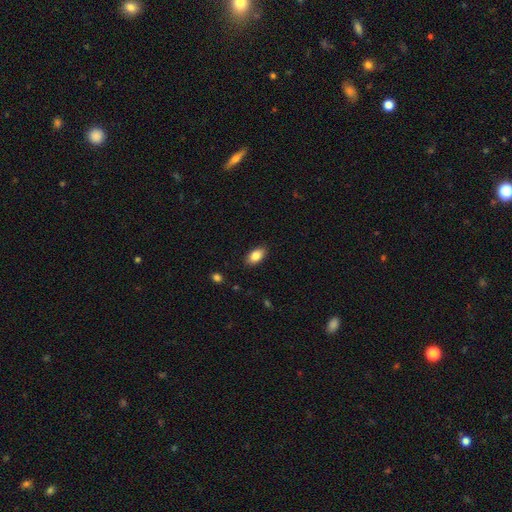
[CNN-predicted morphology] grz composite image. It shows a smooth galaxy with no disk features (84%) that is in between round and cigar-shaped (92%). Merging: none (87%).